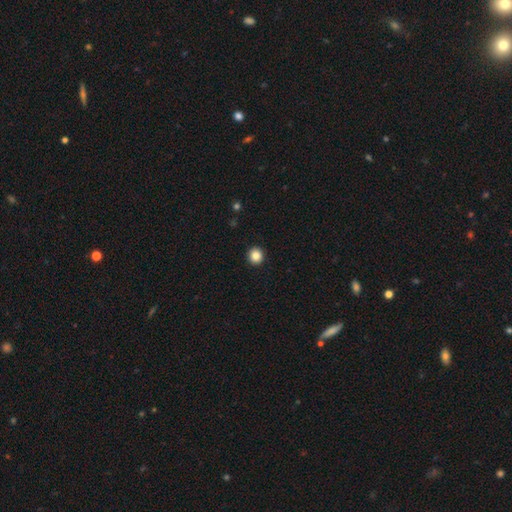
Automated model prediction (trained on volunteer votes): Q: Smooth or featured?
A: smooth (85%); runner-up: star or artifact (10%)
Q: How rounded?
A: round (94%); runner-up: in between (5%)
Q: Merging?
A: none (94%); runner-up: minor disturbance (4%)